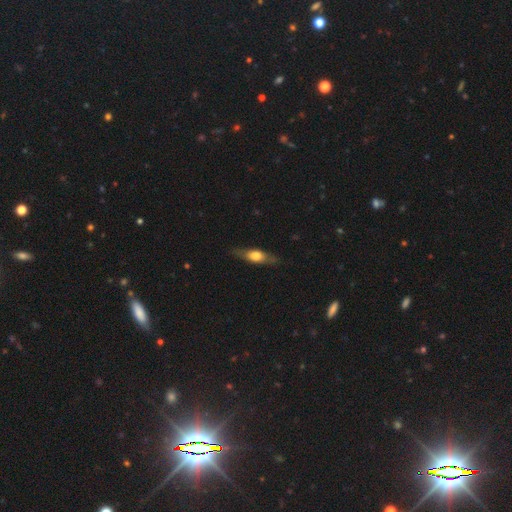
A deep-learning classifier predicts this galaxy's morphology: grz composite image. It shows a smooth galaxy with no disk features (49%). Merging: none (81%).